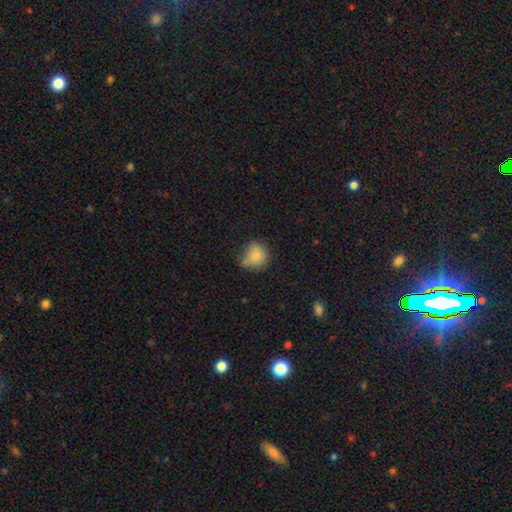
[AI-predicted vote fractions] This appears to be a smooth galaxy with no disk features (78%) that is round (80%). Merging: none (60%).